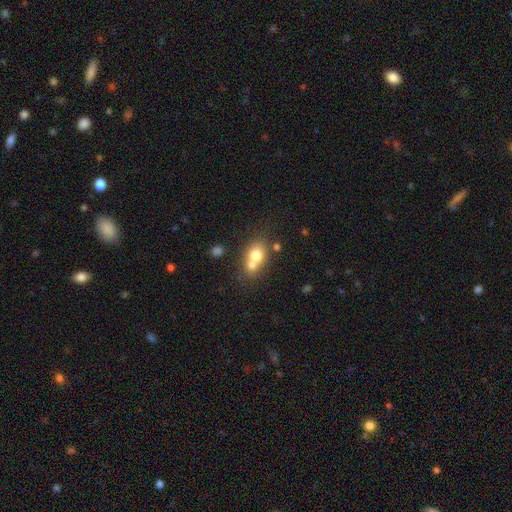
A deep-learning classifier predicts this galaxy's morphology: Smooth or featured?
  - smooth: 69% *
  - featured or disk: 21%
  - star or artifact: 10%
How rounded?
  - in between: 50% *
  - round: 49%
  - cigar-shaped: 2%
Merging?
  - merger: 59% *
  - none: 30%
  - minor disturbance: 8%
  - major disturbance: 4%